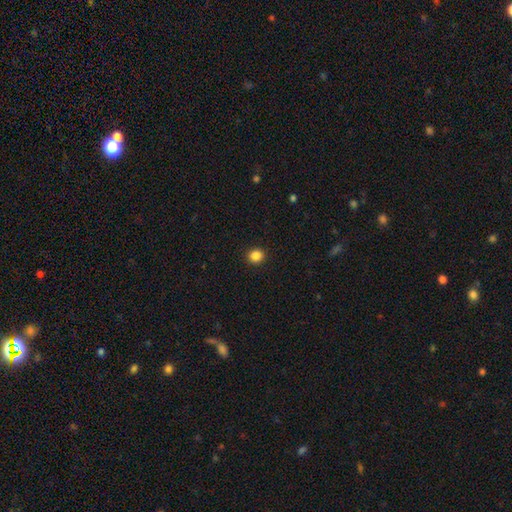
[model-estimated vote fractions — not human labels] smooth 86%, star or artifact 11%, featured or disk 3%. Down the decision tree: how rounded — round (88%); merging — none (93%).